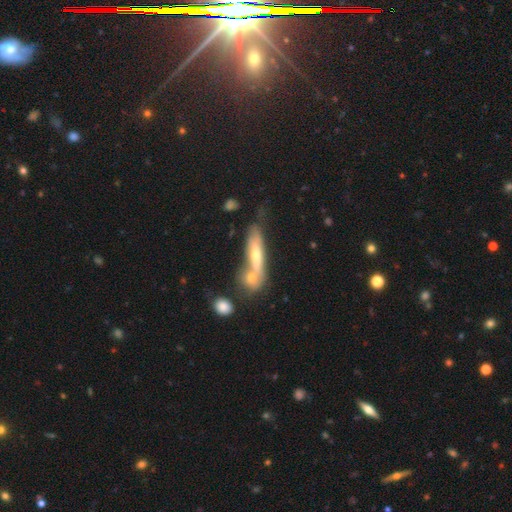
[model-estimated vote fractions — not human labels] The model was most divided on "smooth or featured": featured or disk: 47%, smooth: 45%, star or artifact: 8%. Remaining: merging — none (40%).